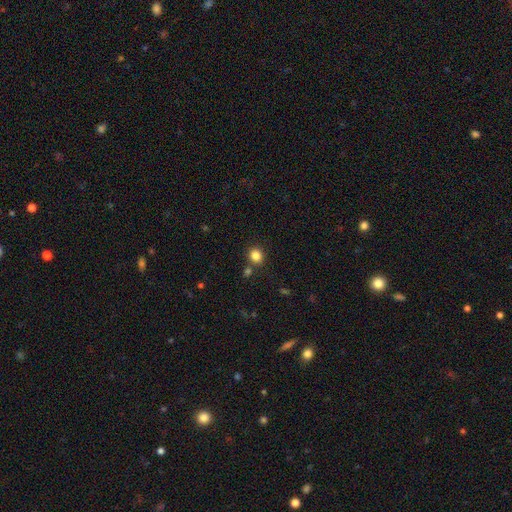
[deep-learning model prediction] Smooth or featured? smooth (84%)
How rounded? round (78%)
Merging? none (79%)